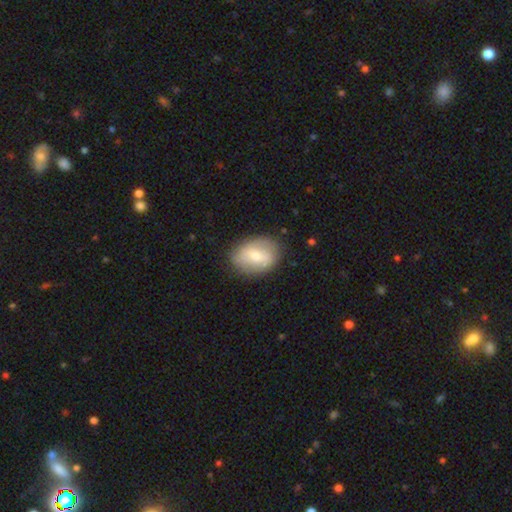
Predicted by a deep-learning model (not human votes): This appears to be a smooth galaxy with no disk features (52%) that is in between round and cigar-shaped (74%). Merging: none (78%).